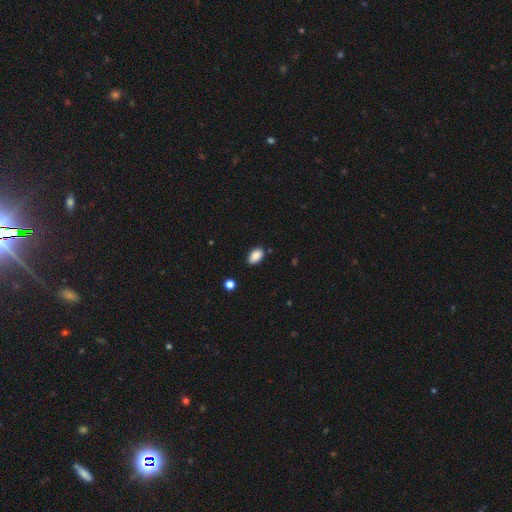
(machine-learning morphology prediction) This is clearly a smooth galaxy (88%). How rounded: clearly in between (92%). Merging: clearly none (84%).